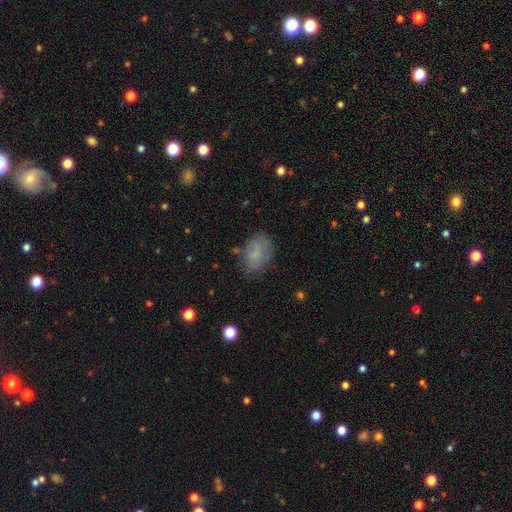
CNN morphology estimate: Smooth or featured: smooth — 78% (featured or disk — 13%)
How rounded: in between — 87% (round — 12%)
Merging: none — 70% (minor disturbance — 21%)